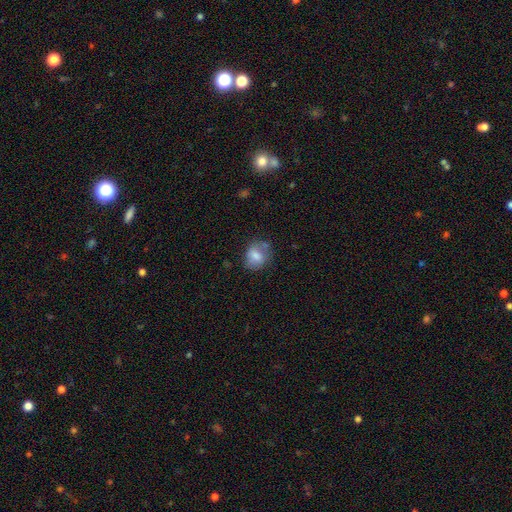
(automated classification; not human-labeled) smooth_or_featured: smooth (p=0.74) [alt: featured or disk p=0.17]
how_rounded: round (p=0.50) [alt: in between p=0.48]
merging: none (p=0.60) [alt: minor disturbance p=0.25]